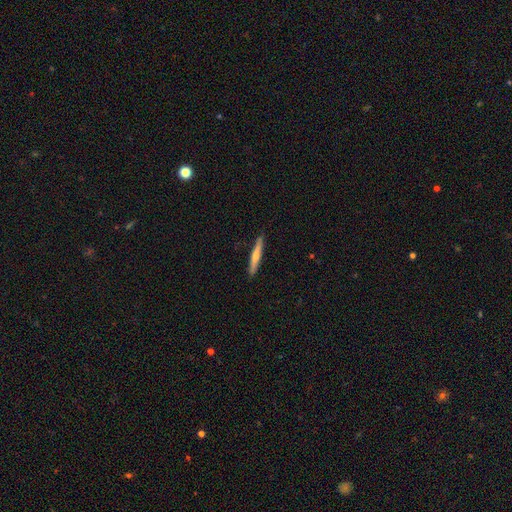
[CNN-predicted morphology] smooth_or_featured: smooth (p=0.56) [alt: featured or disk p=0.38]
how_rounded: cigar-shaped (p=0.94) [alt: in between p=0.05]
merging: none (p=0.87) [alt: minor disturbance p=0.10]